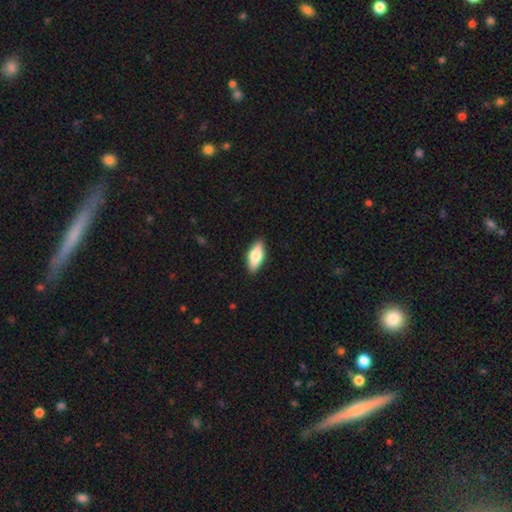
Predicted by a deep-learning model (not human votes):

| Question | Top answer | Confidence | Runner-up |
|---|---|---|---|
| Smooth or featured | smooth | 69% | featured or disk (25%) |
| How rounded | in between | 75% | cigar-shaped (23%) |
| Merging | none | 88% | minor disturbance (9%) |